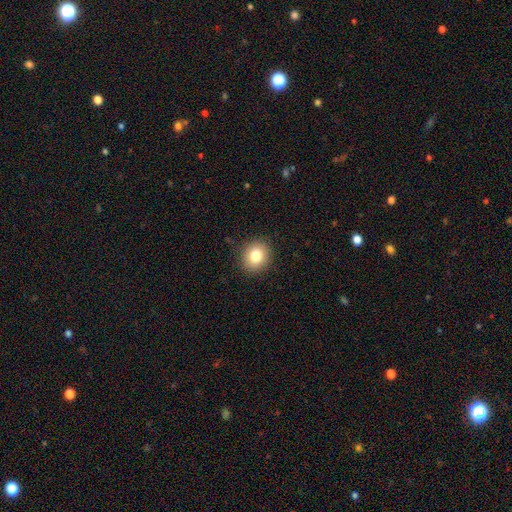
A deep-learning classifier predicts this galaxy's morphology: Q: Smooth or featured?
A: smooth (81%); runner-up: star or artifact (10%)
Q: How rounded?
A: round (77%); runner-up: in between (22%)
Q: Merging?
A: none (90%); runner-up: minor disturbance (7%)